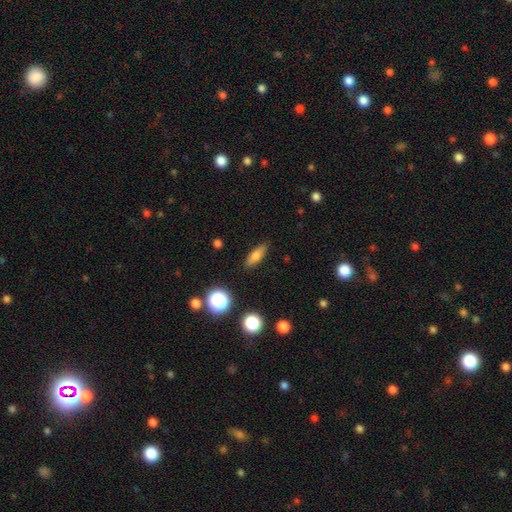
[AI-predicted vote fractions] This appears to be a smooth galaxy with no disk features (72%) that is in between round and cigar-shaped (52%). Merging: none (87%).